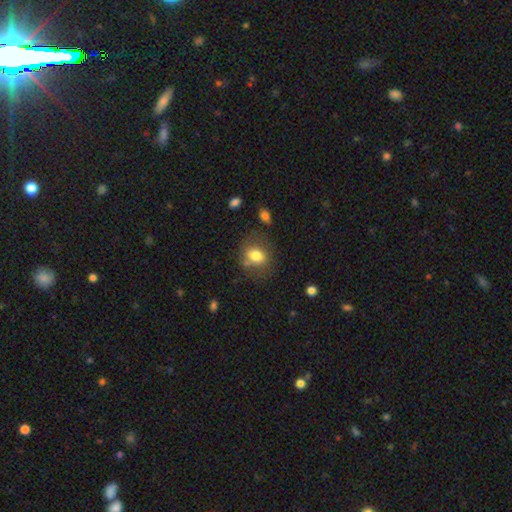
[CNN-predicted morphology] Q: Smooth or featured?
A: smooth (77%); runner-up: featured or disk (14%)
Q: How rounded?
A: in between (55%); runner-up: round (44%)
Q: Merging?
A: none (65%); runner-up: minor disturbance (20%)